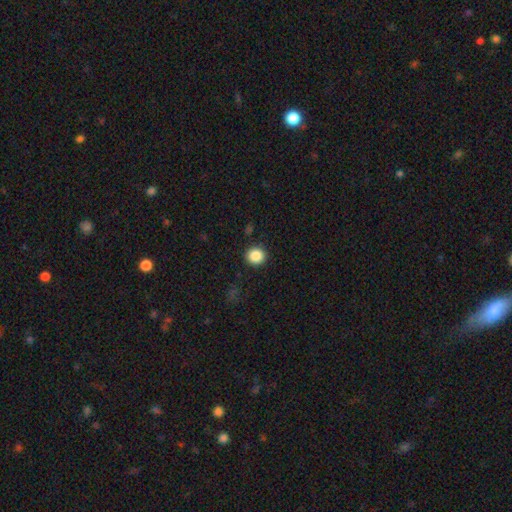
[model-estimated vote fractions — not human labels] A smooth galaxy with no disk features (87%) that is round (92%).

Vote fractions:
- Smooth or featured? smooth: 87% / star or artifact: 10% / featured or disk: 3%
- How rounded? round: 92% / in between: 7% / cigar-shaped: 1%
- Merging? none: 91% / minor disturbance: 6% / major disturbance: 2% / merger: 1%